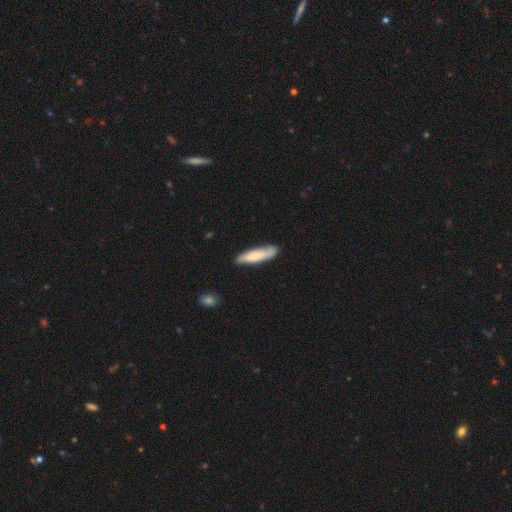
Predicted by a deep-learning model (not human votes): Smooth or featured? Predicted: smooth (p=0.71). How rounded? Predicted: cigar-shaped (p=0.74). Merging? Predicted: none (p=0.78).